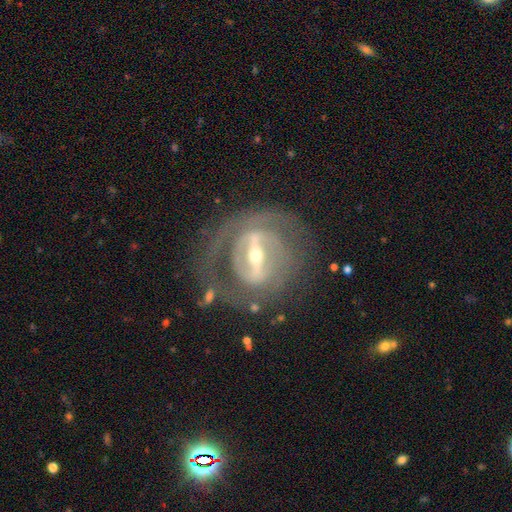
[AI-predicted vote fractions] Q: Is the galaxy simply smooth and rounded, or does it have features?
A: featured or disk — 85%.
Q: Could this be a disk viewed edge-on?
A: no — 88%.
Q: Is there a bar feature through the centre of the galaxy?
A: strong — 71%.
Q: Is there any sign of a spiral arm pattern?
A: yes — 75%.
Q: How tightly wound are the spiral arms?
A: tight — 62%.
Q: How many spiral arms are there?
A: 2 — 40%.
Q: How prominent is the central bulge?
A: small — 49%.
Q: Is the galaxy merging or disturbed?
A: none — 67%.